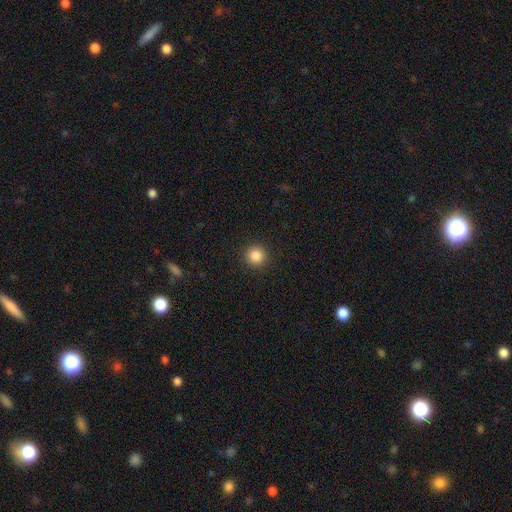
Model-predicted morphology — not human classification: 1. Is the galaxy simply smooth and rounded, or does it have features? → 86% smooth, 11% star or artifact, 3% featured or disk.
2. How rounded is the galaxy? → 94% round, 5% in between, 1% cigar-shaped.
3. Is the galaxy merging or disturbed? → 93% none, 5% minor disturbance, 2% major disturbance, 1% merger.